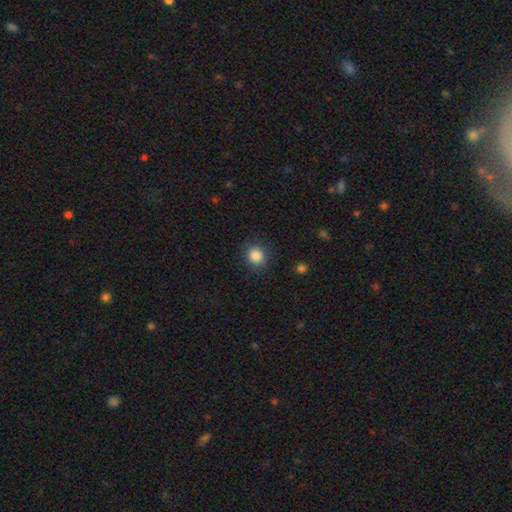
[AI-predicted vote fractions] Smooth or featured? Predicted: smooth (p=0.86). How rounded? Predicted: round (p=0.80). Merging? Predicted: none (p=0.85).